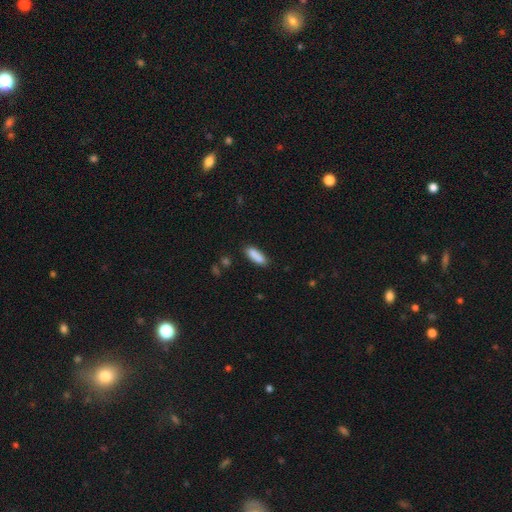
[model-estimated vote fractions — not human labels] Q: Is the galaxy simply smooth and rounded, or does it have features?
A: smooth — 88%.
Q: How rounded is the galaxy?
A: in between — 56%.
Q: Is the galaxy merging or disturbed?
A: none — 81%.